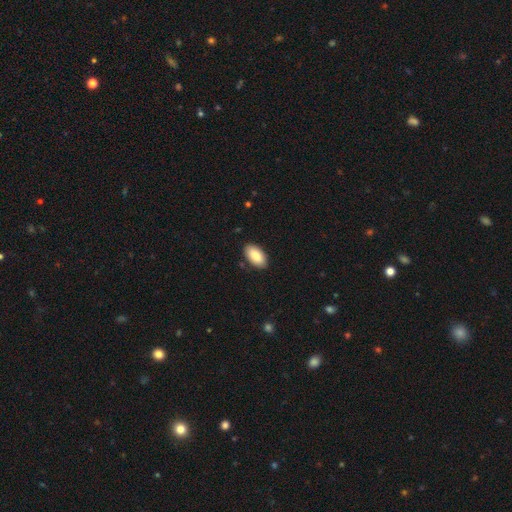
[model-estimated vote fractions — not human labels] The model was most divided on "smooth or featured": smooth: 86%, featured or disk: 8%, star or artifact: 6%. More confident: how rounded — in between (95%); merging — none (88%).